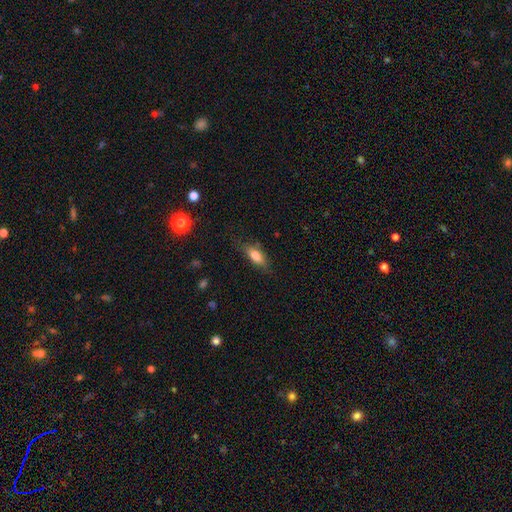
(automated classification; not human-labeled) Smooth or featured? Predicted: smooth (p=0.76). How rounded? Predicted: in between (p=0.68). Merging? Predicted: none (p=0.72).